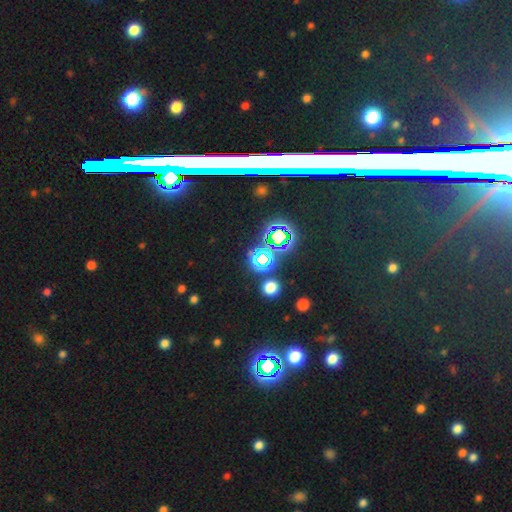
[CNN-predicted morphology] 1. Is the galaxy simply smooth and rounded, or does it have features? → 70% star or artifact, 18% smooth, 12% featured or disk.